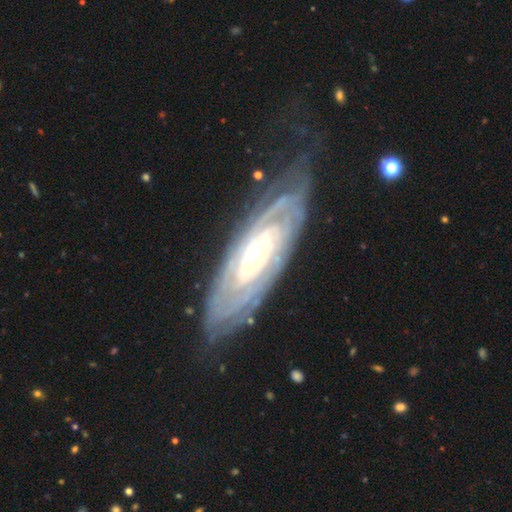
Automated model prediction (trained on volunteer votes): featured or disk 87%, smooth 8%, star or artifact 5%. Down the decision tree: edge-on disk — no (86%); bar — no (57%); spiral arms — yes (94%); spiral arm count — can't tell (48%); spiral winding — tight (81%); bulge size — moderate (49%); merging — none (71%).